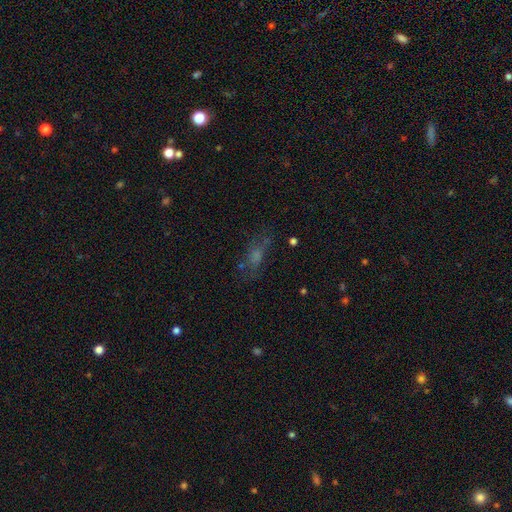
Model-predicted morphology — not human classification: A smooth galaxy with no disk features (43%). Merging: none (63%).